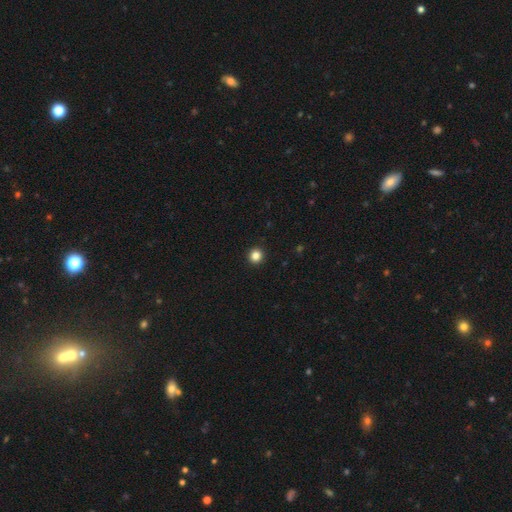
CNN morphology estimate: This is clearly a smooth galaxy (85%). How rounded: clearly round (95%). Merging: clearly none (94%).